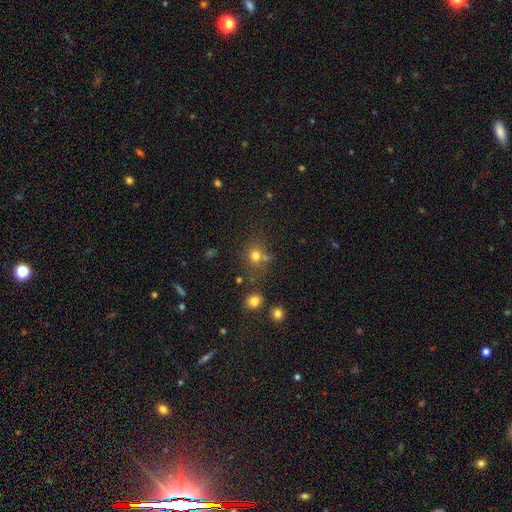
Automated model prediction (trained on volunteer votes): Smooth or featured: smooth — 73% (star or artifact — 17%)
How rounded: round — 78% (in between — 21%)
Merging: none — 63% (merger — 17%)